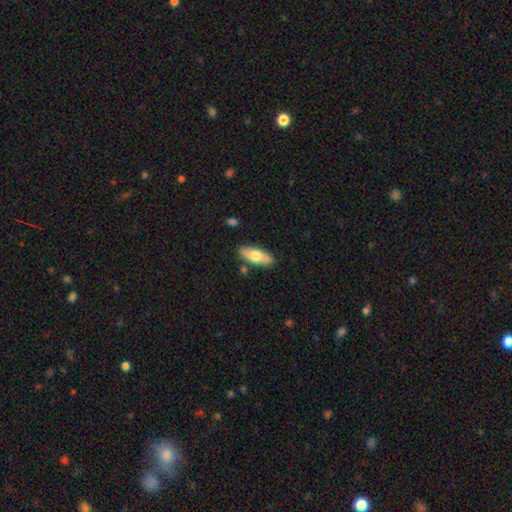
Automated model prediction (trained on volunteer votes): Smooth or featured? Predicted: smooth (p=0.67). How rounded? Predicted: in between (p=0.78). Merging? Predicted: none (p=0.84).